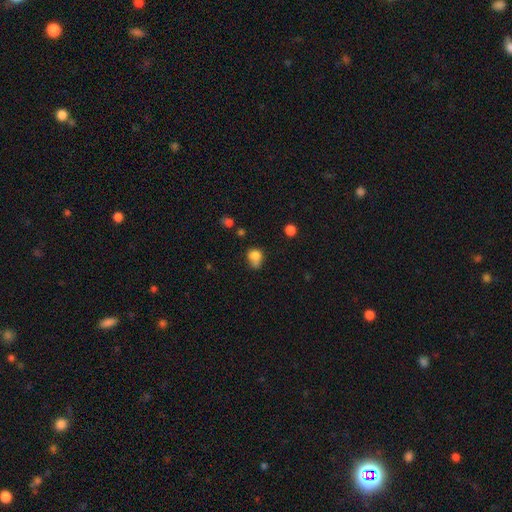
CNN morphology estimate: smooth 78%, star or artifact 12%, featured or disk 10%. Down the decision tree: how rounded — round (57%); merging — none (36%).